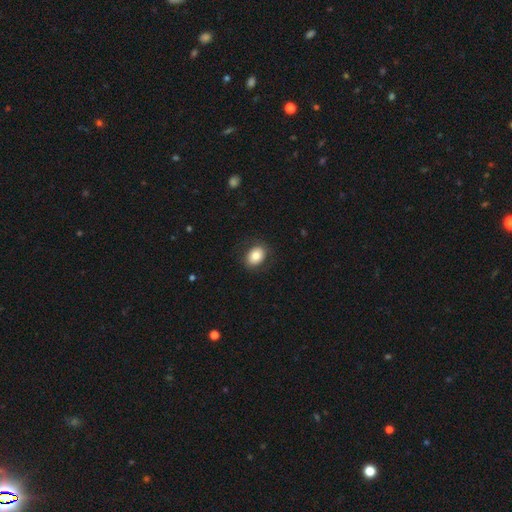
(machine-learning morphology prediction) Smooth or featured: smooth — 81% (featured or disk — 11%)
How rounded: in between — 66% (round — 33%)
Merging: none — 83% (minor disturbance — 11%)